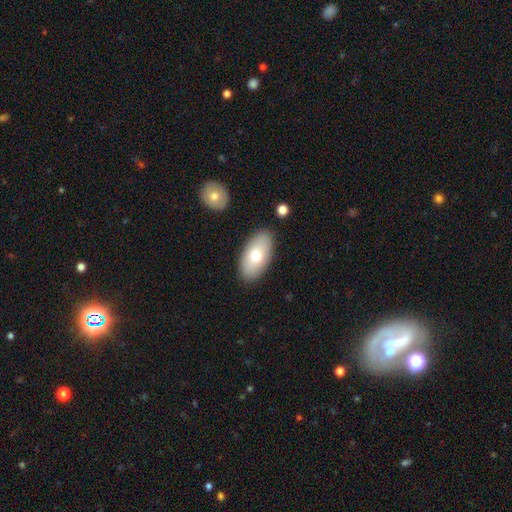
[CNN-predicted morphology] Smooth or featured?
  - smooth: 74% *
  - featured or disk: 20%
  - star or artifact: 6%
How rounded?
  - in between: 94% *
  - round: 3%
  - cigar-shaped: 3%
Merging?
  - none: 86% *
  - minor disturbance: 10%
  - major disturbance: 2%
  - merger: 2%